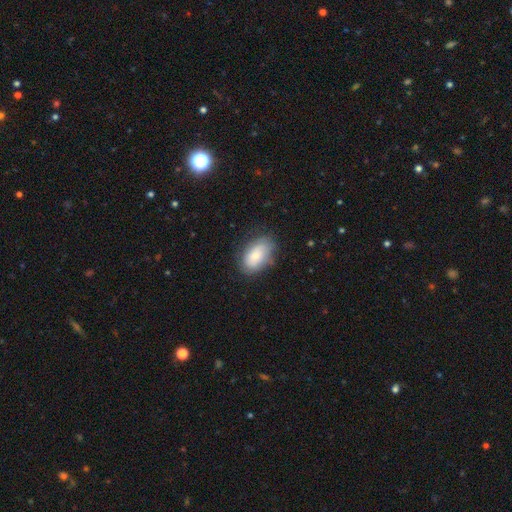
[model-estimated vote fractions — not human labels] The model was most divided on "merging": none: 70%, minor disturbance: 23%, major disturbance: 6%, merger: 1%. More confident: how rounded — in between (92%); smooth or featured — smooth (75%).